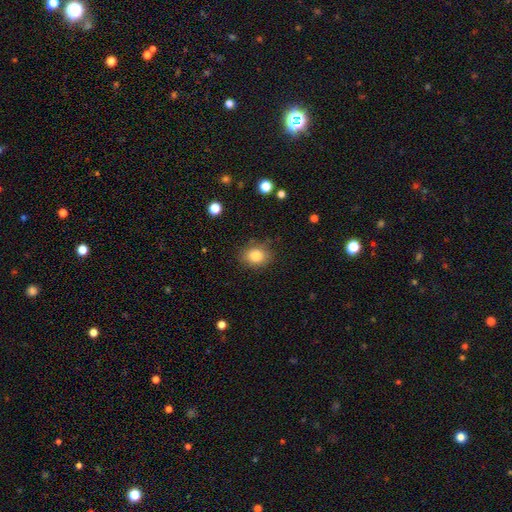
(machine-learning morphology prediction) Smooth or featured? smooth (83%)
How rounded? in between (50%)
Merging? none (83%)